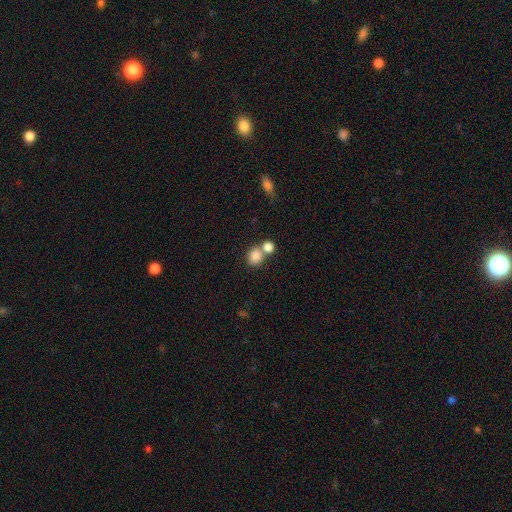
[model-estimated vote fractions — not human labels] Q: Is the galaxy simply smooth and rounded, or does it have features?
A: smooth — 83%.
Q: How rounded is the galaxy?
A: round — 73%.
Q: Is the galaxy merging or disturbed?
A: none — 45%.